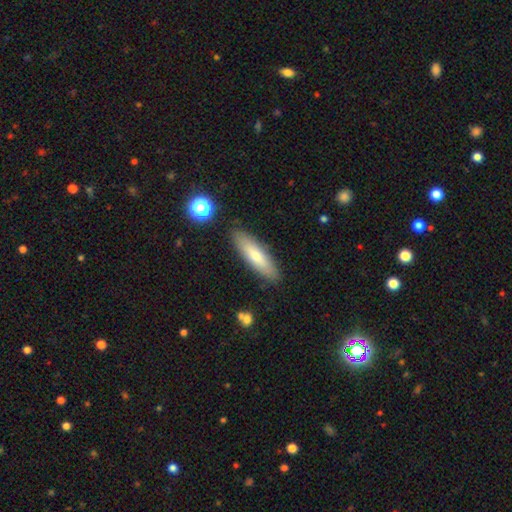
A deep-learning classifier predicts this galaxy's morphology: smooth_or_featured: smooth (p=0.70) [alt: featured or disk p=0.24]
how_rounded: cigar-shaped (p=0.64) [alt: in between p=0.34]
merging: none (p=0.87) [alt: minor disturbance p=0.09]